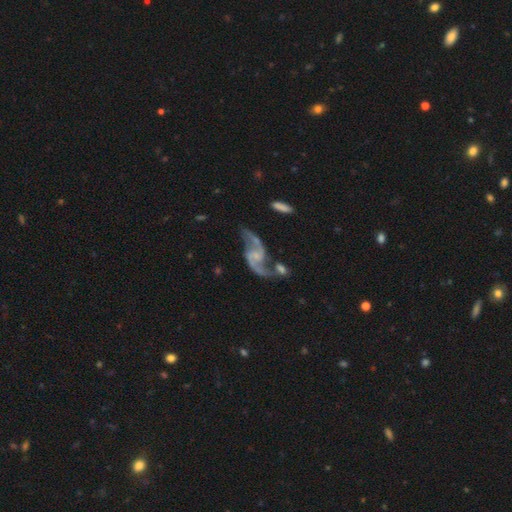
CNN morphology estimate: smooth-or-featured: featured or disk: 90% | star or artifact: 5% | smooth: 5%
  disk-edge-on: no: 97% | yes: 3%
    bar: no: 47% | weak: 42% | strong: 12%
    has-spiral-arms: yes: 96% | no: 4%
      spiral-winding: loose: 70% | medium: 25% | tight: 5%
      spiral-arm-count: 2: 93% | 1: 2% | can't tell: 2% | 3: 1% | 4: 1% | more than 4: 1%
    bulge-size: small: 54% | none: 27% | moderate: 16% | large: 2% | dominant: 1%
  merging: none: 50% | merger: 19% | minor disturbance: 18% | major disturbance: 13%